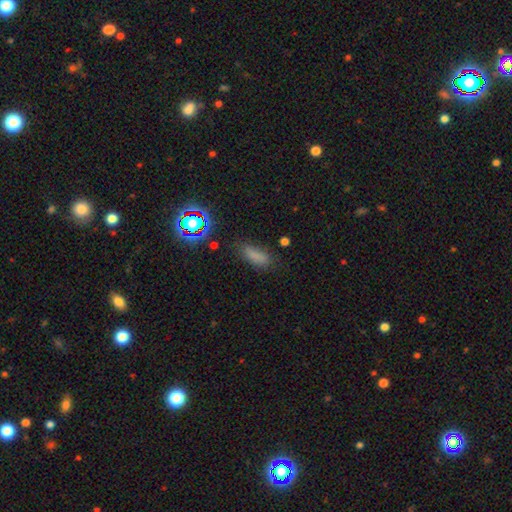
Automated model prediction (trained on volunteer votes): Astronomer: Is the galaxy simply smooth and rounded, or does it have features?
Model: smooth — 74%.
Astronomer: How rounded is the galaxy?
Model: in between — 65%.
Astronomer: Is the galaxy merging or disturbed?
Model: none — 67%.